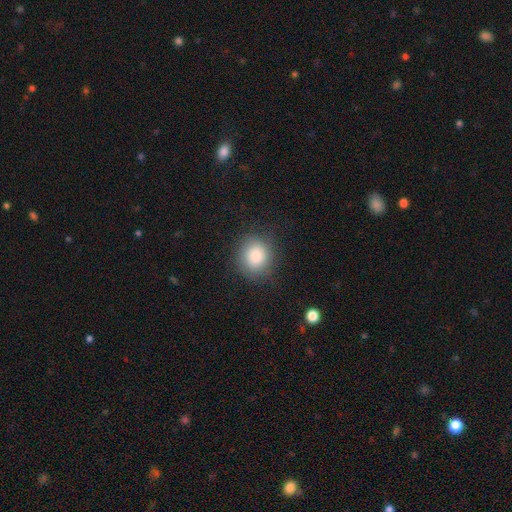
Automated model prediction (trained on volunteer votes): This appears to be a smooth galaxy with no disk features (85%) that is round (73%). Merging: none (82%).